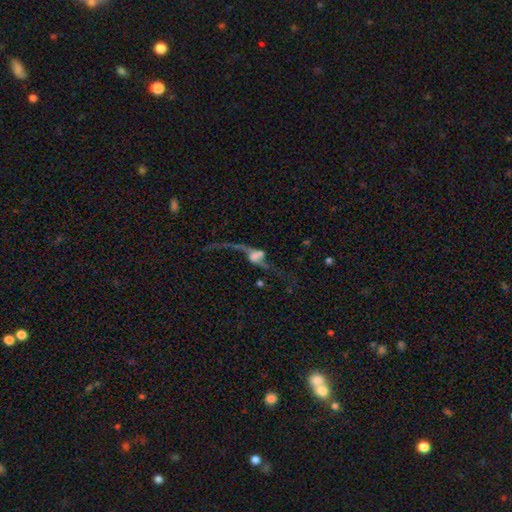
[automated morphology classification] Smooth or featured?
  - featured or disk: 75% *
  - smooth: 15%
  - star or artifact: 10%
Edge-on disk?
  - no: 86% *
  - yes: 14%
Bar?
  - no: 54% *
  - weak: 28%
  - strong: 18%
Spiral arms?
  - yes: 76% *
  - no: 24%
Bulge size?
  - none: 35% *
  - moderate: 20%
  - small: 18%
  - large: 18%
  - dominant: 8%
Merging?
  - none: 34% *
  - major disturbance: 33%
  - merger: 20%
  - minor disturbance: 12%